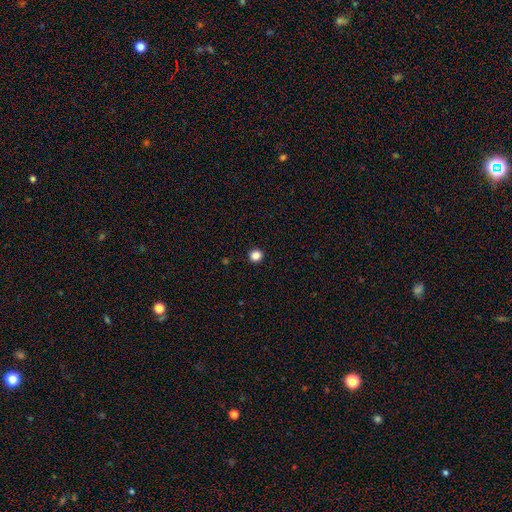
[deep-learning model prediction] Smooth or featured? Predicted: smooth (p=0.85). How rounded? Predicted: round (p=0.90). Merging? Predicted: none (p=0.93).